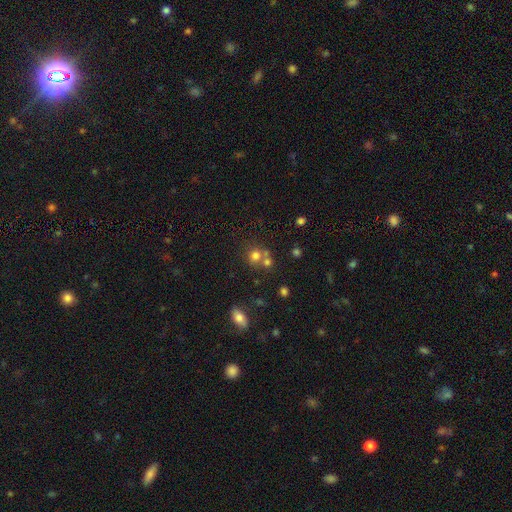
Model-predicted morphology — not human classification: A smooth galaxy with no disk features (71%) that is round (82%). Merging: none (49%).